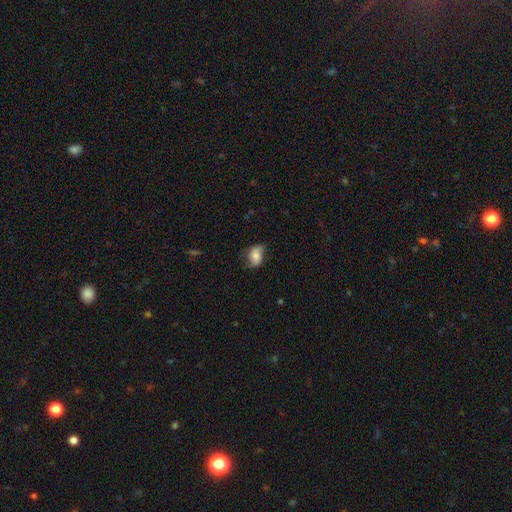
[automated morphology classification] A smooth galaxy with no disk features (71%) that is in between round and cigar-shaped (81%).

Vote fractions:
- Smooth or featured? smooth: 71% / featured or disk: 21% / star or artifact: 8%
- How rounded? in between: 81% / round: 17% / cigar-shaped: 2%
- Merging? none: 57% / minor disturbance: 32% / major disturbance: 9% / merger: 2%